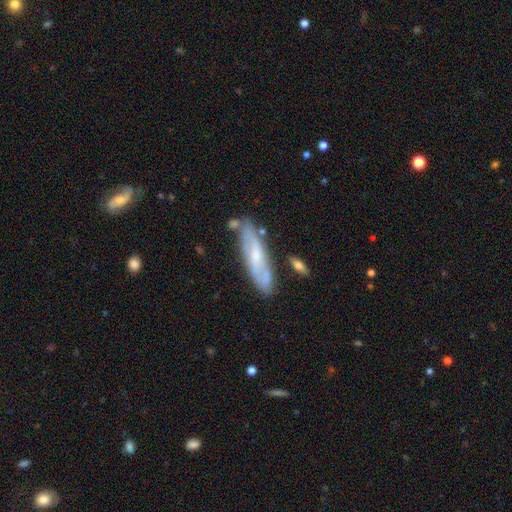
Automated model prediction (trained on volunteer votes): A featured or disk galaxy (59%).

Vote fractions:
- Smooth or featured? featured or disk: 59% / smooth: 35% / star or artifact: 7%
- Edge-on disk? no: 63% / yes: 37%
- Merging? none: 74% / minor disturbance: 16% / merger: 5% / major disturbance: 4%